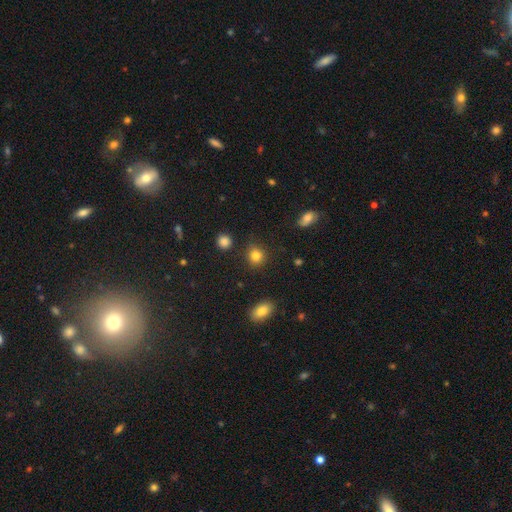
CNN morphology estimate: A smooth galaxy with no disk features (84%) that is round (85%).

Vote fractions:
- Smooth or featured? smooth: 84% / star or artifact: 11% / featured or disk: 5%
- How rounded? round: 85% / in between: 14% / cigar-shaped: 1%
- Merging? none: 88% / minor disturbance: 8% / major disturbance: 3% / merger: 2%